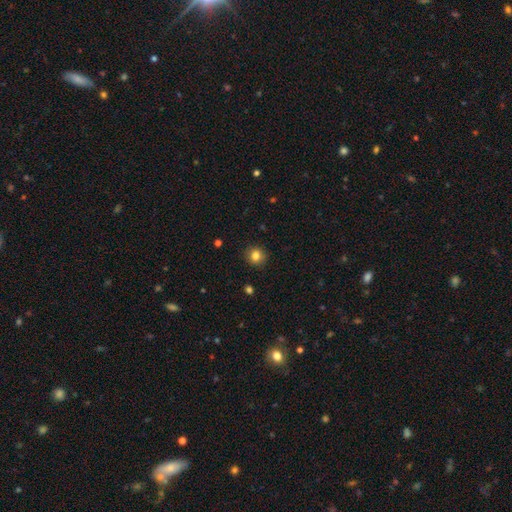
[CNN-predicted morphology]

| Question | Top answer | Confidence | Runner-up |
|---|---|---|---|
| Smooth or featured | smooth | 83% | star or artifact (11%) |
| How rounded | round | 88% | in between (11%) |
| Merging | none | 90% | minor disturbance (7%) |